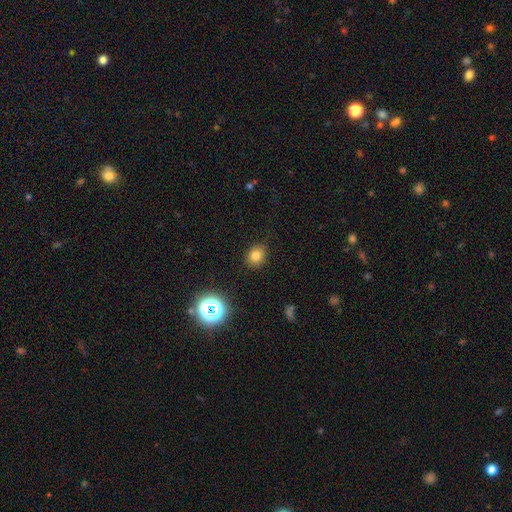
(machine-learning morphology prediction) type=smooth (77%); roundness=round (62%); merging=none (84%).